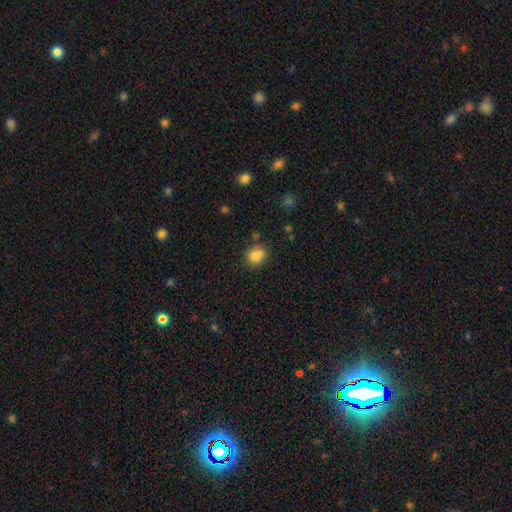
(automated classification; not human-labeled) Overall: smooth (82%). How rounded: round (69%; in between 30%). Merging: none (74%).